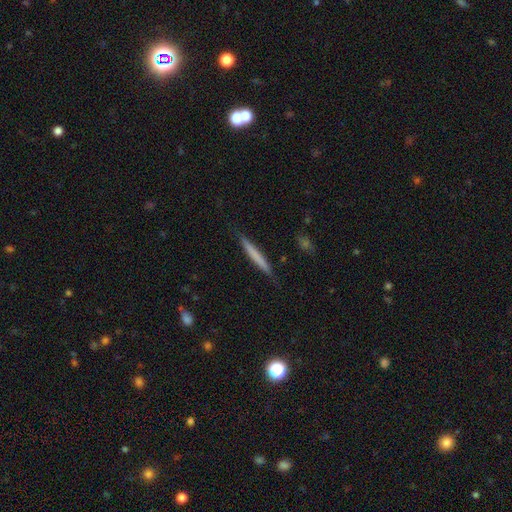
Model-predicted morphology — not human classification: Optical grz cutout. It shows a smooth galaxy with no disk features (63%) that is cigar-shaped (96%). Merging: none (87%).